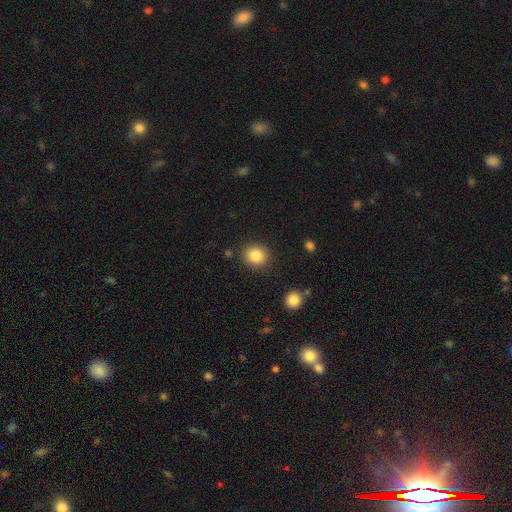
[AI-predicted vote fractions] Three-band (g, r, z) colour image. It shows a smooth galaxy with no disk features (87%) that is round (70%). Merging: none (86%).